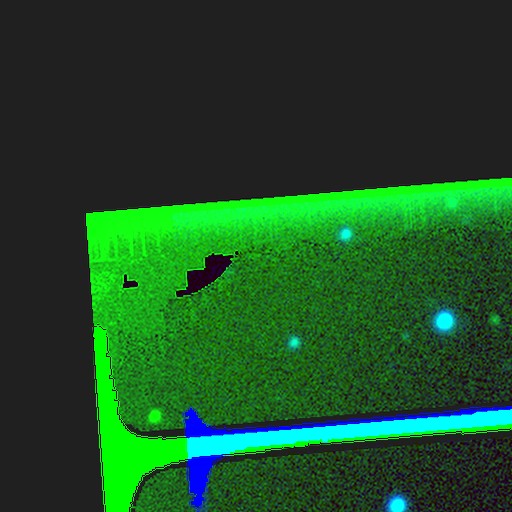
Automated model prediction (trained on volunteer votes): smooth-or-featured: star or artifact: 87% | featured or disk: 7% | smooth: 6%